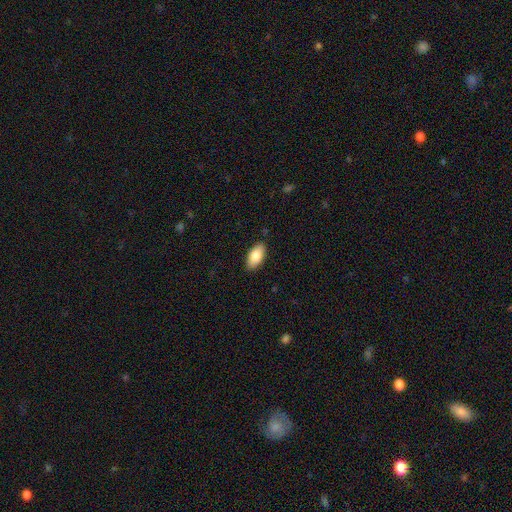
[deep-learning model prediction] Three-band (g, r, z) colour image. It shows a smooth galaxy with no disk features (83%) that is in between round and cigar-shaped (92%). Merging: none (87%).